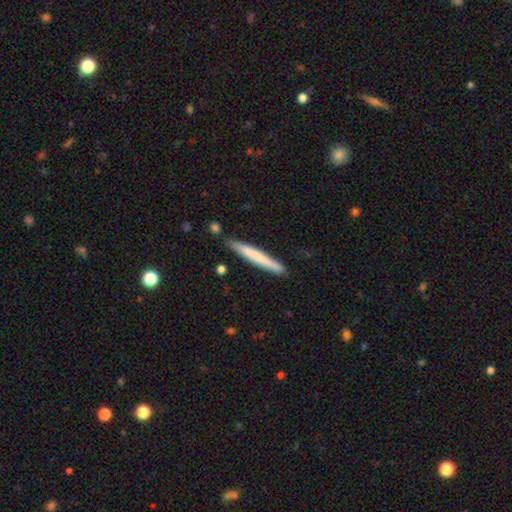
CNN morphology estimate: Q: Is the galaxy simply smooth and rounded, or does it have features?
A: smooth — 65%.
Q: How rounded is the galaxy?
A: cigar-shaped — 96%.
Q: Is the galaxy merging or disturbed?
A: none — 83%.